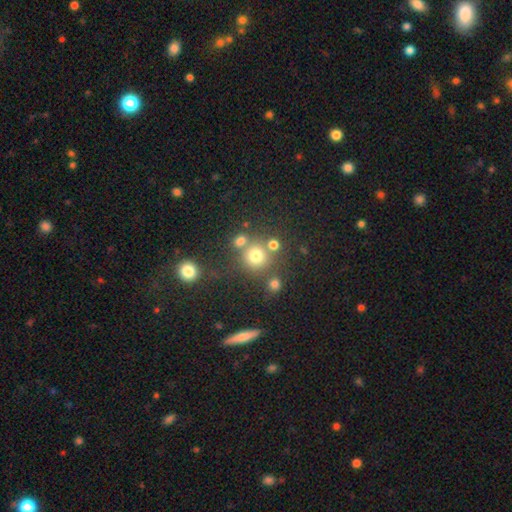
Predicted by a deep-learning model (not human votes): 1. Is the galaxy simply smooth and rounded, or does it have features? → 72% smooth, 18% star or artifact, 9% featured or disk.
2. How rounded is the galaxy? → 90% round, 9% in between, 1% cigar-shaped.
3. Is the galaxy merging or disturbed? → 67% none, 18% merger, 9% minor disturbance, 5% major disturbance.